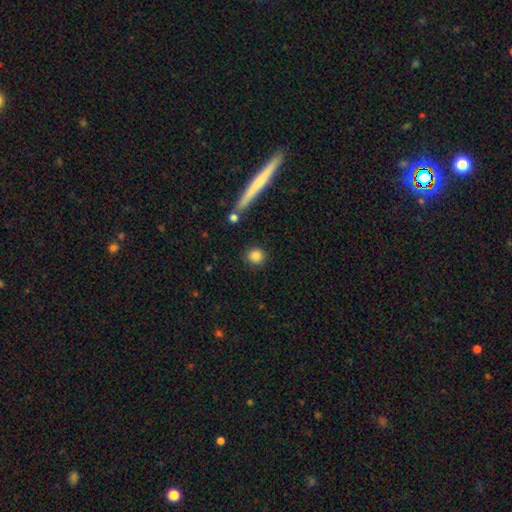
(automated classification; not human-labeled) smooth 85%, star or artifact 9%, featured or disk 6%. Down the decision tree: how rounded — round (89%); merging — none (86%).